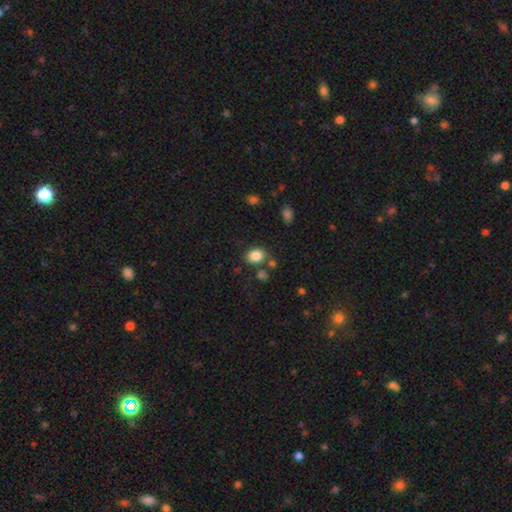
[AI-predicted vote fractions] Morphology: type=smooth (84%); roundness=in between (54%); merging=none (75%).